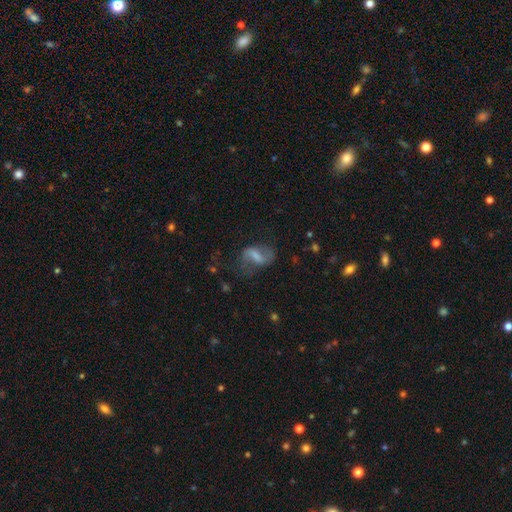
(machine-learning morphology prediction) Q: Smooth or featured?
A: featured or disk (63%); runner-up: smooth (28%)
Q: Edge-on disk?
A: no (95%); runner-up: yes (5%)
Q: Bar?
A: weak (42%); runner-up: strong (41%)
Q: Spiral arms?
A: yes (82%); runner-up: no (18%)
Q: Bulge size?
A: none (34%); runner-up: moderate (28%)
Q: Merging?
A: none (57%); runner-up: minor disturbance (21%)